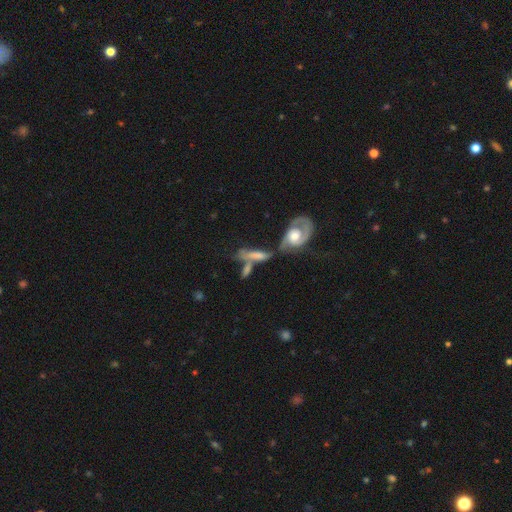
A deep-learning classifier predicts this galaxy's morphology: Smooth or featured? Predicted: featured or disk (p=0.47). Merging? Predicted: merger (p=0.48).